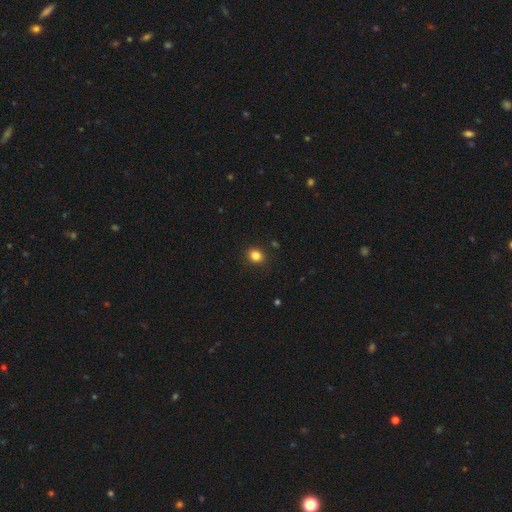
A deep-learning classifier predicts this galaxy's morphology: Smooth or featured? smooth (84%)
How rounded? round (71%)
Merging? none (89%)